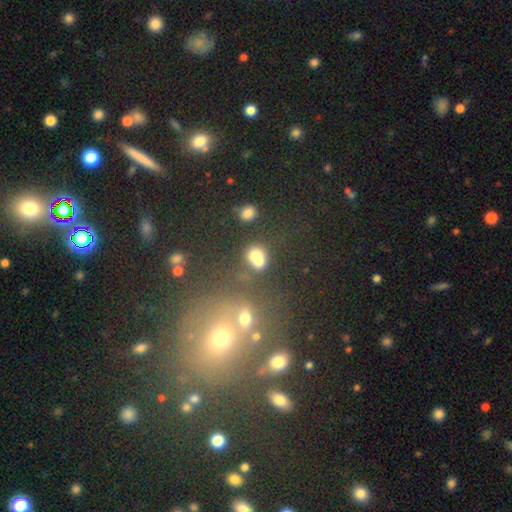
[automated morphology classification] Smooth or featured? Predicted: smooth (p=0.69). How rounded? Predicted: round (p=0.57). Merging? Predicted: merger (p=0.50).